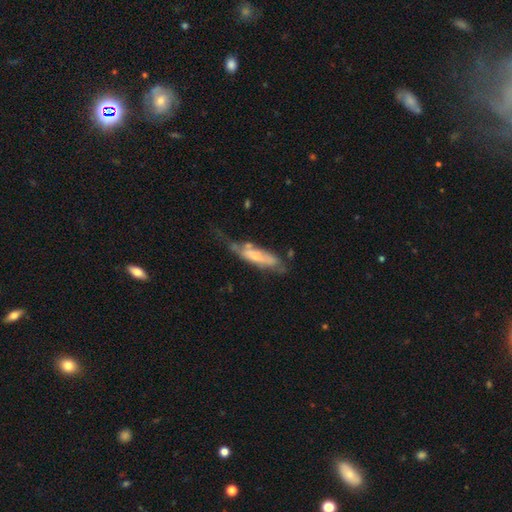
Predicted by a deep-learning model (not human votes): This is possibly a featured or disk galaxy (50%). Merging: marginally minor disturbance (31%).